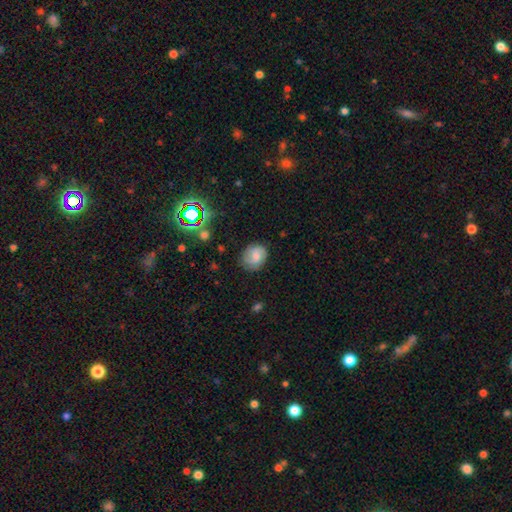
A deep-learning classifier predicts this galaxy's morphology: smooth 68%, featured or disk 22%, star or artifact 11%. Down the decision tree: how rounded — round (54%); merging — none (74%).